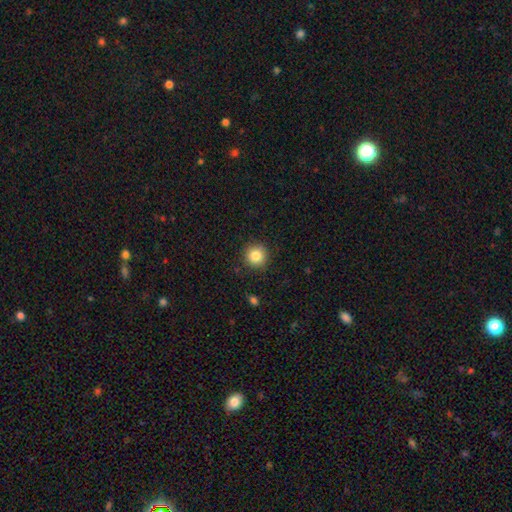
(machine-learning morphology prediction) Q: Smooth or featured?
A: smooth (84%); runner-up: star or artifact (10%)
Q: How rounded?
A: round (95%); runner-up: in between (5%)
Q: Merging?
A: none (90%); runner-up: minor disturbance (7%)